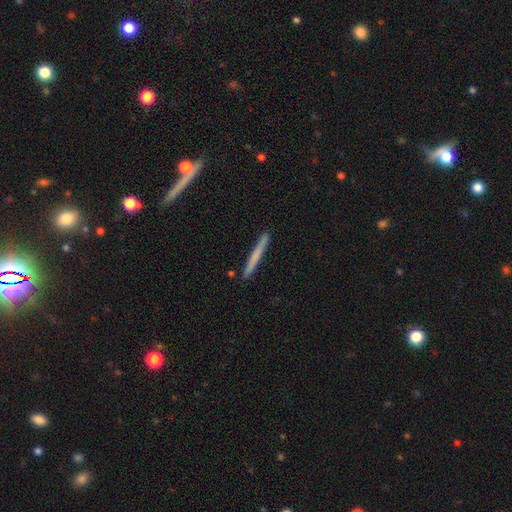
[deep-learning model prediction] Smooth or featured: smooth — 60% (featured or disk — 34%)
How rounded: cigar-shaped — 97% (in between — 2%)
Merging: none — 91% (minor disturbance — 6%)